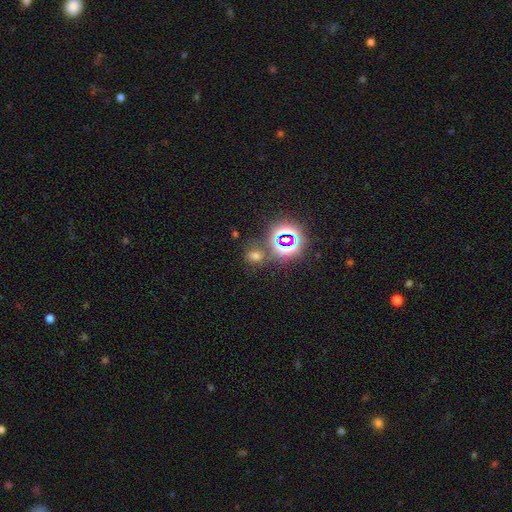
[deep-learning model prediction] Q: Smooth or featured?
A: smooth (49%); runner-up: star or artifact (42%)
Q: Merging?
A: none (69%); runner-up: minor disturbance (13%)